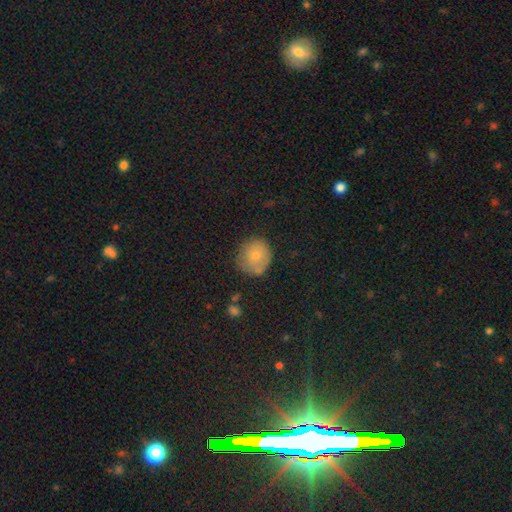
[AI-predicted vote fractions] Q: Smooth or featured?
A: smooth (74%); runner-up: featured or disk (16%)
Q: How rounded?
A: round (89%); runner-up: in between (10%)
Q: Merging?
A: none (69%); runner-up: minor disturbance (21%)